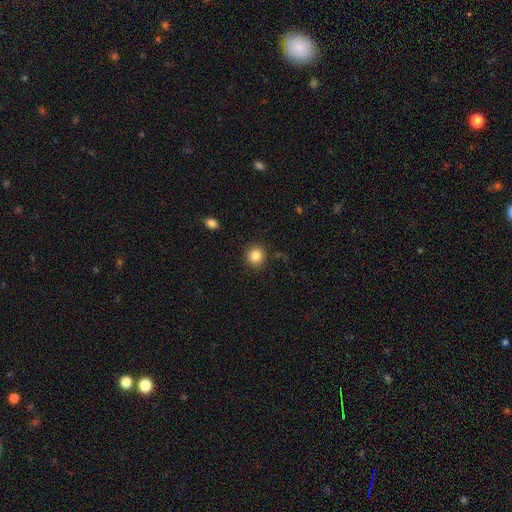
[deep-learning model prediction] This is clearly a smooth galaxy (85%). How rounded: clearly round (89%). Merging: clearly none (89%).